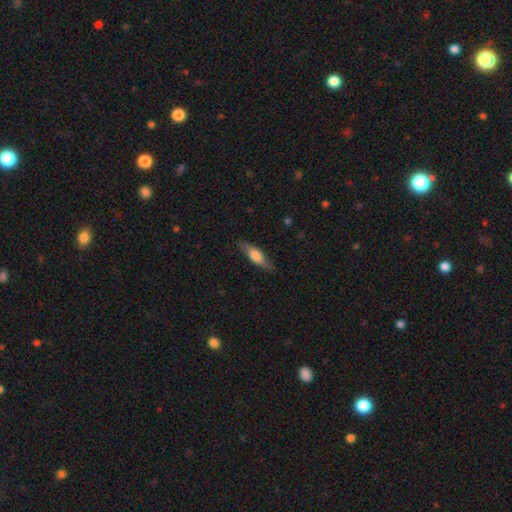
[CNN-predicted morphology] Overall: smooth (62%; featured or disk 32%). How rounded: cigar-shaped (52%; in between 45%). Merging: none (80%).